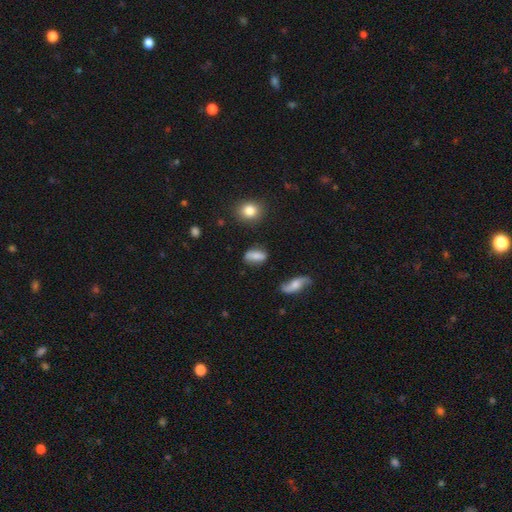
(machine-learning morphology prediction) smooth 69%, featured or disk 21%, star or artifact 10%. Down the decision tree: how rounded — in between (82%); merging — none (70%).